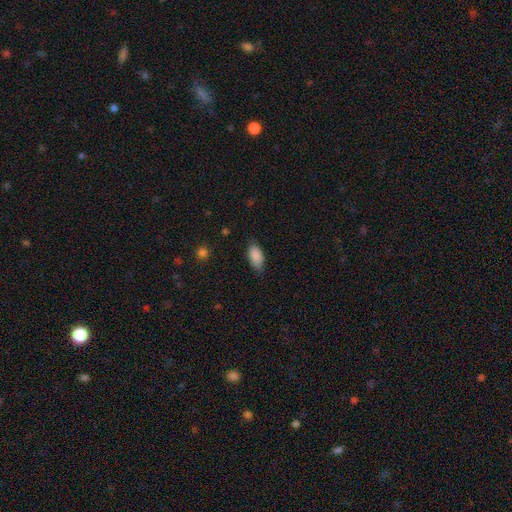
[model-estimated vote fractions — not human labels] smooth_or_featured: smooth (p=0.89) [alt: star or artifact p=0.07]
how_rounded: in between (p=0.91) [alt: cigar-shaped p=0.06]
merging: none (p=0.77) [alt: minor disturbance p=0.19]